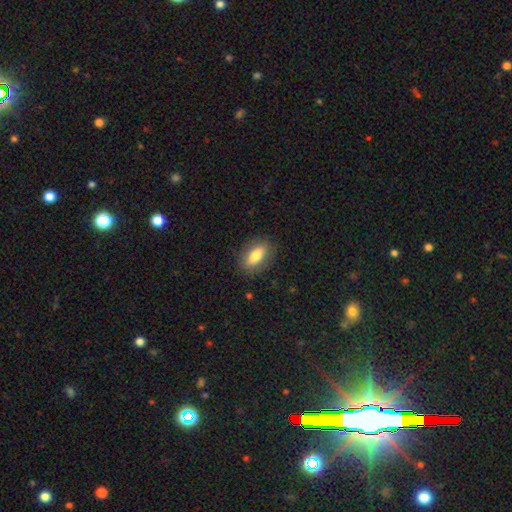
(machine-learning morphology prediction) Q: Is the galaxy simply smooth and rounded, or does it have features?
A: smooth — 70%.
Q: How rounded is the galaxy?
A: in between — 81%.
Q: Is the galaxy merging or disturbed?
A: none — 85%.